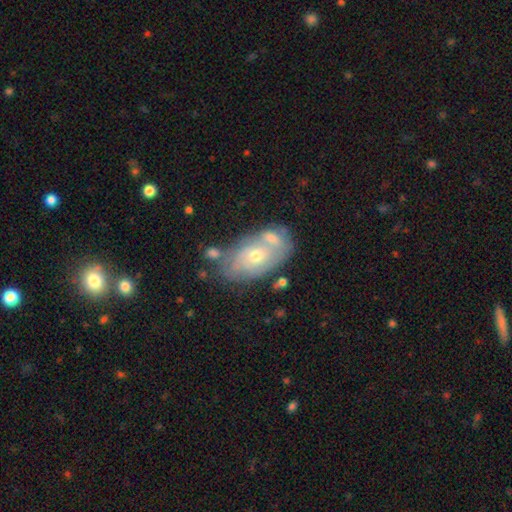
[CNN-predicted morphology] A featured or disk galaxy (64%) with no bar (81%), spiral arms (65%) and a moderate central bulge (56%).

Vote fractions:
- Smooth or featured? featured or disk: 64% / smooth: 28% / star or artifact: 8%
- Edge-on disk? no: 94% / yes: 6%
- Bar? no: 81% / weak: 16% / strong: 3%
- Spiral arms? yes: 65% / no: 35%
- Bulge size? moderate: 56% / small: 40% / large: 2% / none: 1% / dominant: 1%
- Merging? none: 47% / merger: 28% / minor disturbance: 18% / major disturbance: 7%